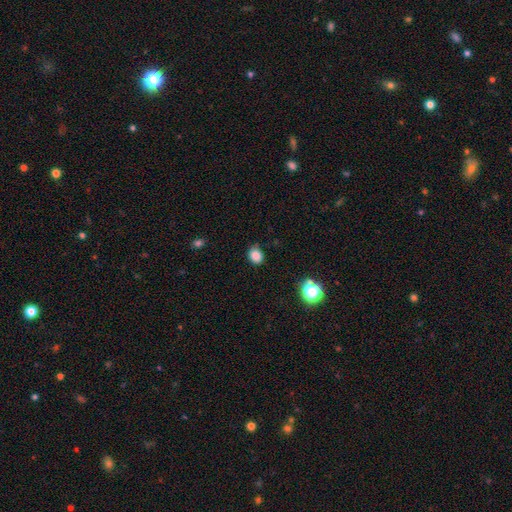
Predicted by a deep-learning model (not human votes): Smooth or featured? Predicted: smooth (p=0.84). How rounded? Predicted: round (p=0.53). Merging? Predicted: none (p=0.73).